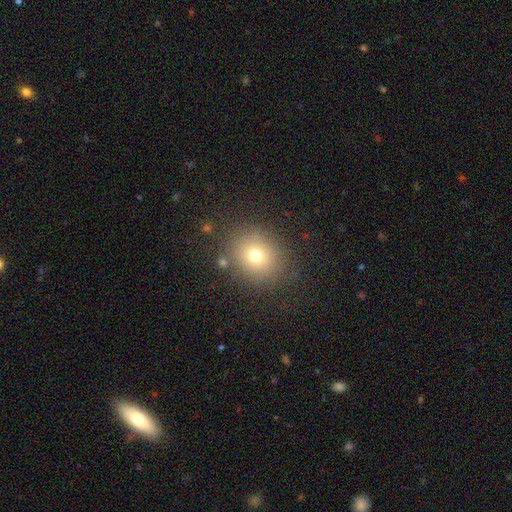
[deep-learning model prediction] smooth-or-featured: smooth: 70% | star or artifact: 17% | featured or disk: 12%
  how-rounded: round: 78% | in between: 21% | cigar-shaped: 1%
  merging: none: 83% | minor disturbance: 10% | major disturbance: 5% | merger: 3%